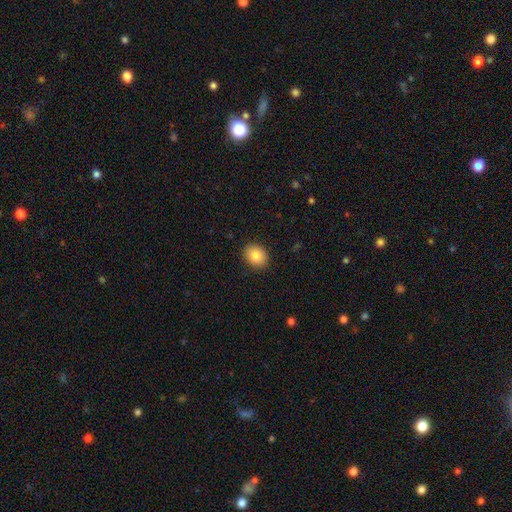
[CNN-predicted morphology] A smooth galaxy with no disk features (84%) that is round (54%).

Vote fractions:
- Smooth or featured? smooth: 84% / star or artifact: 9% / featured or disk: 8%
- How rounded? round: 54% / in between: 45% / cigar-shaped: 1%
- Merging? none: 90% / minor disturbance: 7% / major disturbance: 2% / merger: 1%